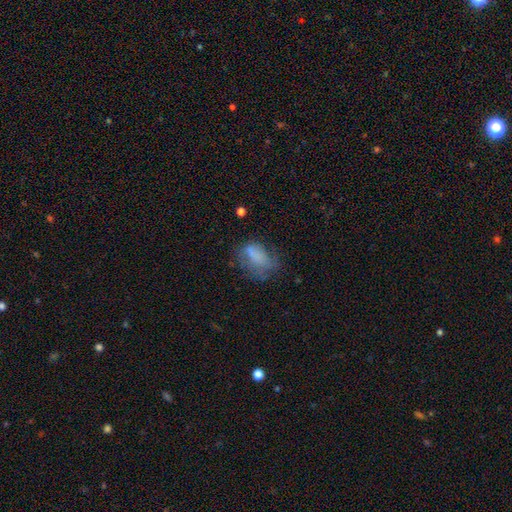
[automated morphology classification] Smooth or featured? smooth (65%)
How rounded? in between (84%)
Merging? none (41%)